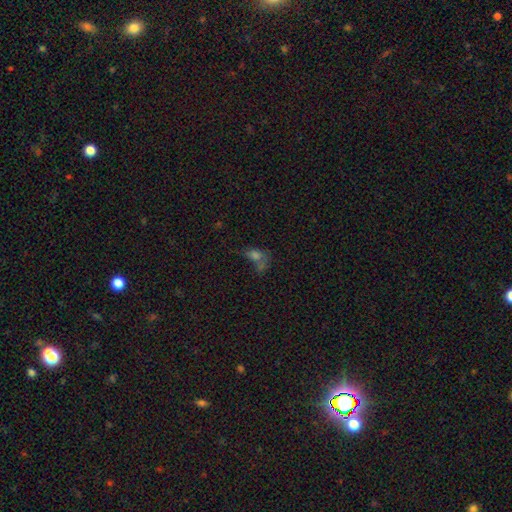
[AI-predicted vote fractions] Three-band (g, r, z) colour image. It shows a smooth galaxy with no disk features (55%) that is in between round and cigar-shaped (66%). Merging: merger (39%).